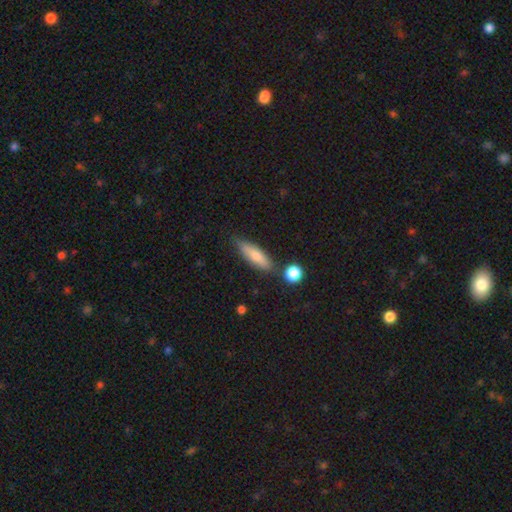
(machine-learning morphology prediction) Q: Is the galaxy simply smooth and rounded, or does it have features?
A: smooth — 68%.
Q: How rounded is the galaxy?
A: cigar-shaped — 61%.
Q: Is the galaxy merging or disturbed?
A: none — 76%.